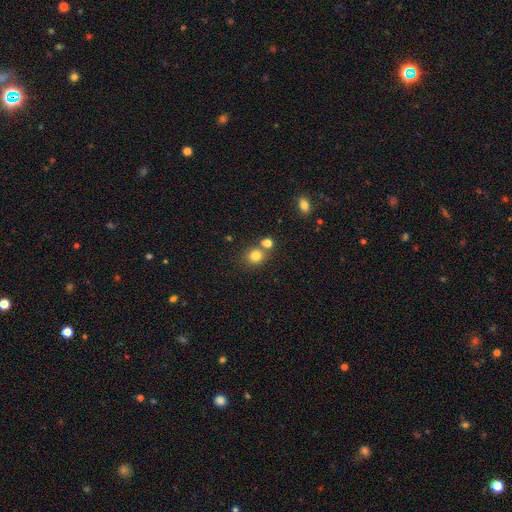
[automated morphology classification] Smooth or featured? smooth (79%)
How rounded? round (81%)
Merging? none (65%)